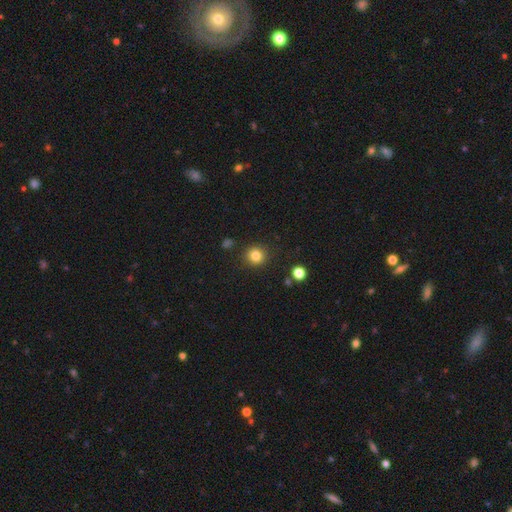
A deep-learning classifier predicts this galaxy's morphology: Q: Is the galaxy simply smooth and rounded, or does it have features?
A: smooth — 83%.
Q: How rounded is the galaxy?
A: round — 91%.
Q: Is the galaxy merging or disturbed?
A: none — 89%.